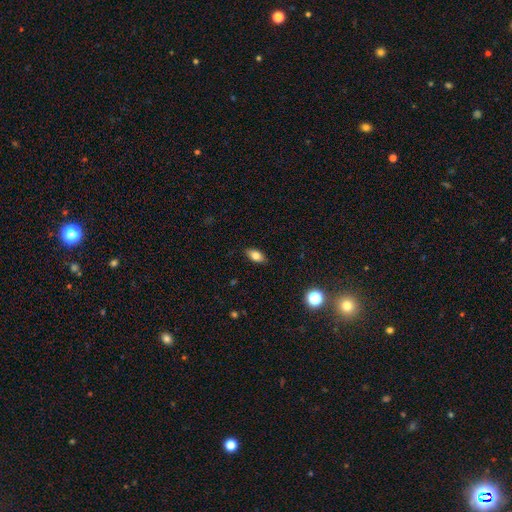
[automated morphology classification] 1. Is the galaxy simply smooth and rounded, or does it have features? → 80% smooth, 11% featured or disk, 9% star or artifact.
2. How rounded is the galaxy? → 89% in between, 6% round, 5% cigar-shaped.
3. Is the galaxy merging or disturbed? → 88% none, 9% minor disturbance, 2% major disturbance, 1% merger.